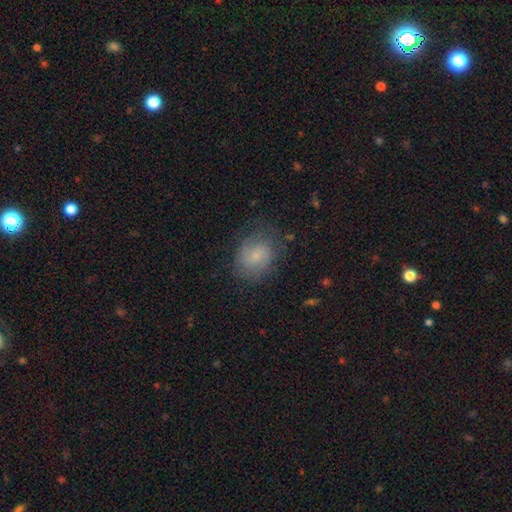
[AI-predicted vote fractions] smooth 64%, featured or disk 26%, star or artifact 9%. Down the decision tree: how rounded — round (51%); merging — none (69%).